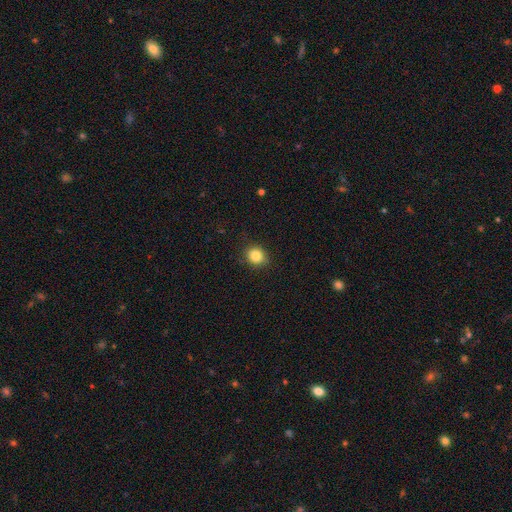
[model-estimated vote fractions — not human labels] Morphology: type=smooth (85%); roundness=round (78%); merging=none (88%).